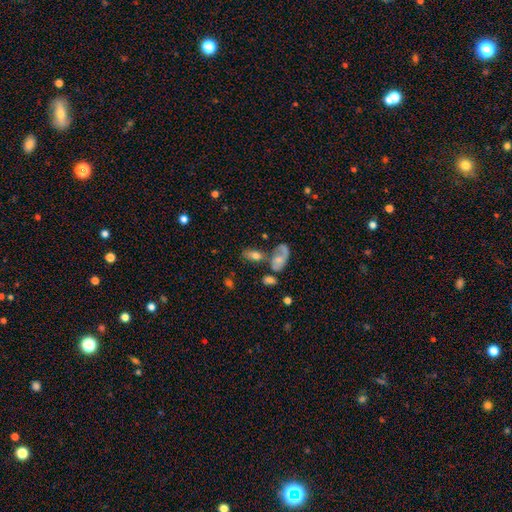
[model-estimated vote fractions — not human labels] smooth_or_featured: smooth (p=0.61) [alt: featured or disk p=0.29]
how_rounded: in between (p=0.85) [alt: round p=0.08]
merging: none (p=0.39) [alt: merger p=0.32]